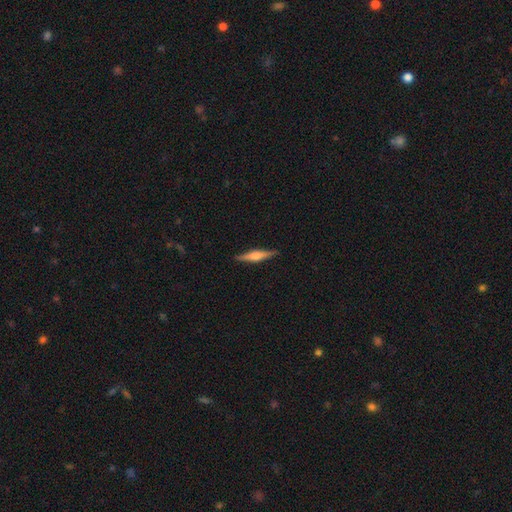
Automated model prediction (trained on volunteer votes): Overall: featured or disk (64%; smooth 31%). Edge-on disk: yes (97%). Edge-on bulge: rounded (75%). Merging: none (90%).